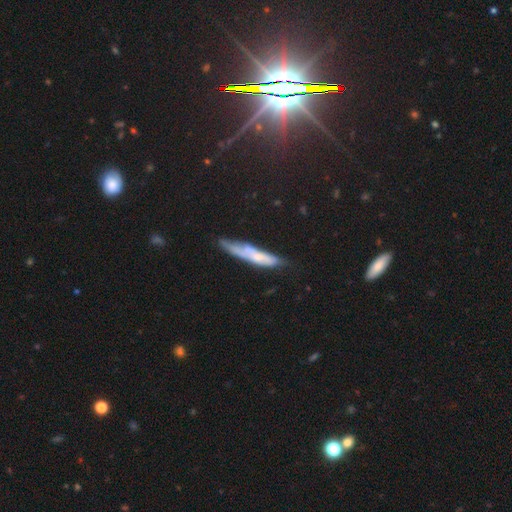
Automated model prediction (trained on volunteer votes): This is possibly a smooth galaxy (46%). Merging: possibly none (52%).